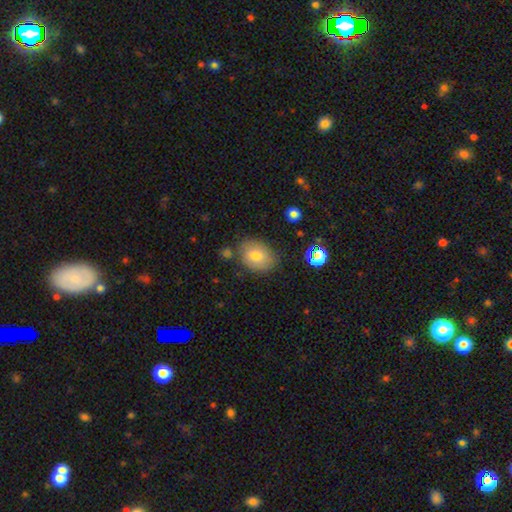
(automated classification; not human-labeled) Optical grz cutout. It shows a smooth galaxy with no disk features (77%) that is in between round and cigar-shaped (68%). Merging: none (72%).